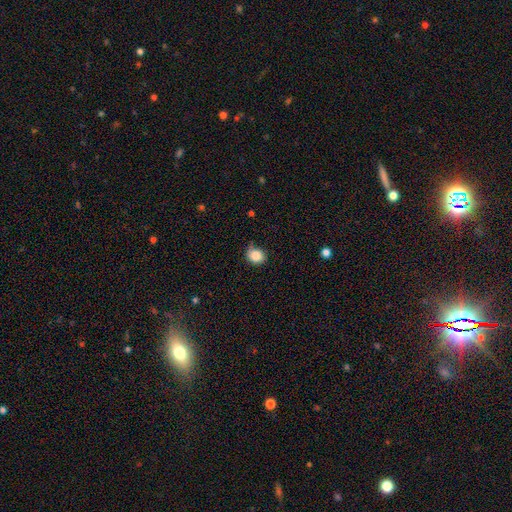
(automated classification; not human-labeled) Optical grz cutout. It shows a smooth galaxy with no disk features (86%) that is round (75%). Merging: none (64%).